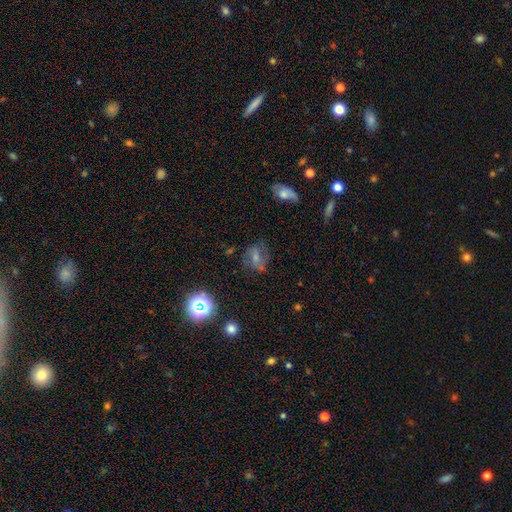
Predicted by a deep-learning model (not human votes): Morphology: type=featured or disk (47%); merging=none (71%).